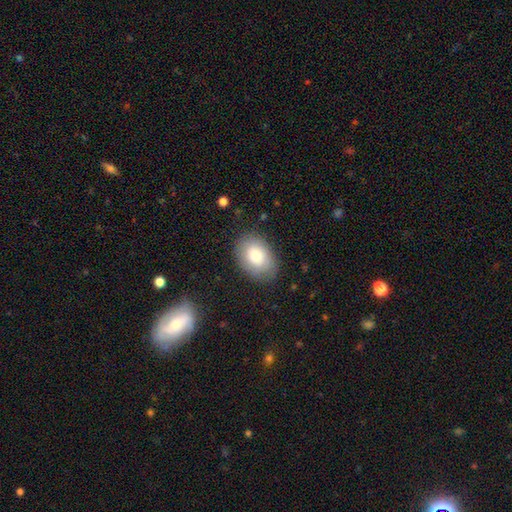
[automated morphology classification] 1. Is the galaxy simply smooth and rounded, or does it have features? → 78% smooth, 15% featured or disk, 7% star or artifact.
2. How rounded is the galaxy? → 81% in between, 18% round, 1% cigar-shaped.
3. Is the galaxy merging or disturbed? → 81% none, 14% minor disturbance, 4% major disturbance, 1% merger.